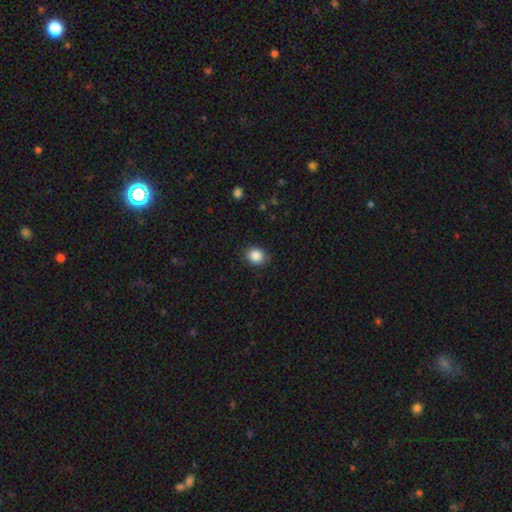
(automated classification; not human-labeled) smooth_or_featured: smooth (p=0.87) [alt: star or artifact p=0.09]
how_rounded: round (p=0.68) [alt: in between p=0.31]
merging: none (p=0.85) [alt: minor disturbance p=0.11]